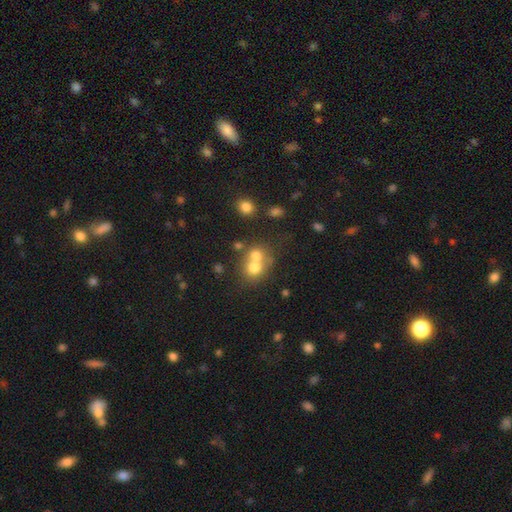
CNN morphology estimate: type=smooth (69%); roundness=round (77%); merging=merger (56%).